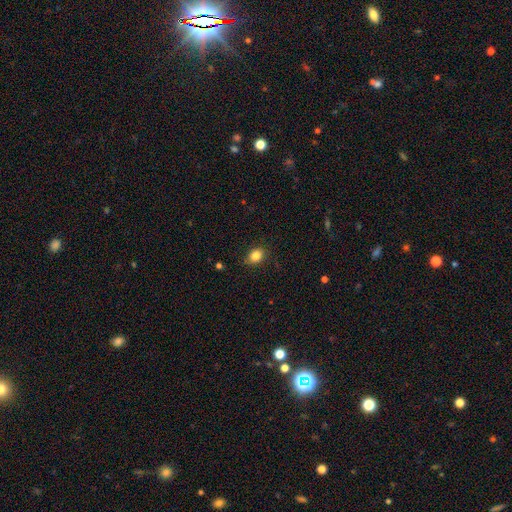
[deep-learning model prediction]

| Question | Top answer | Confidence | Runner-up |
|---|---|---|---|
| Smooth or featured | smooth | 85% | star or artifact (10%) |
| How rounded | in between | 55% | round (43%) |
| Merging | none | 84% | minor disturbance (13%) |